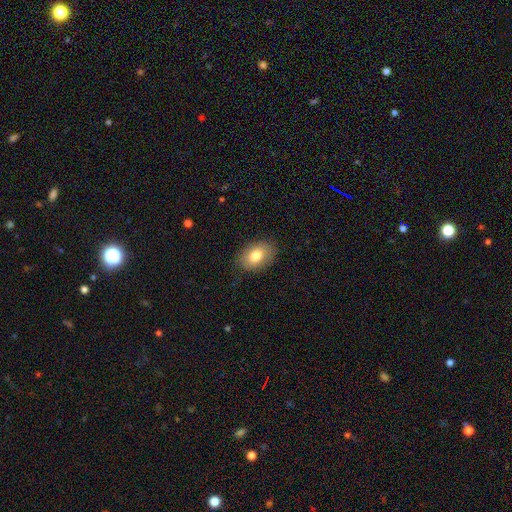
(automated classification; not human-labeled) A smooth galaxy with no disk features (78%) that is in between round and cigar-shaped (81%). Merging: none (82%).